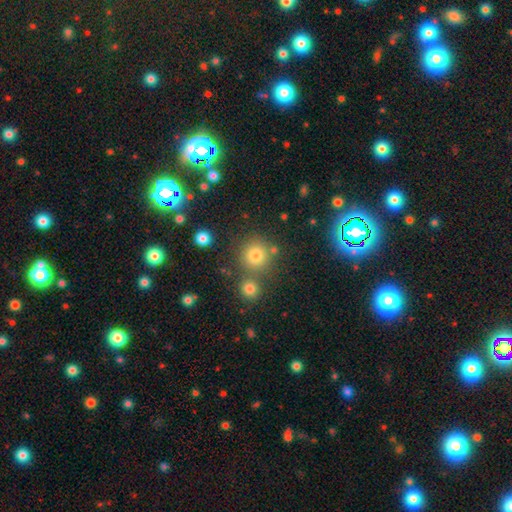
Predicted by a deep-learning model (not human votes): Smooth or featured? smooth (77%)
How rounded? round (91%)
Merging? none (73%)